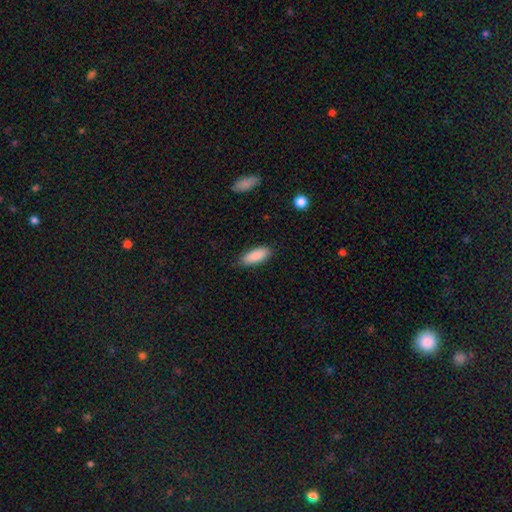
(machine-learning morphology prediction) Overall: smooth (89%). How rounded: in between (76%). Merging: none (84%).